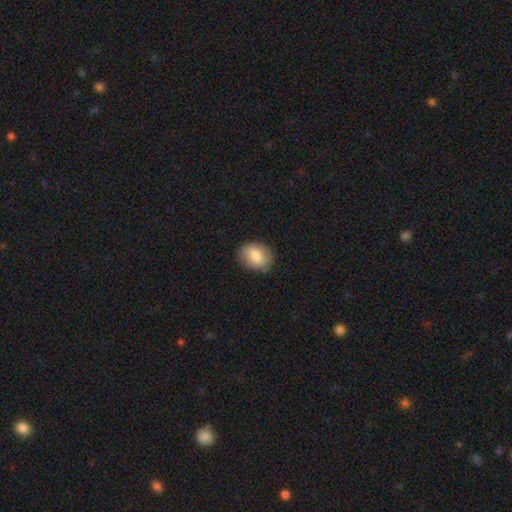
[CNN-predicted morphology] smooth_or_featured: smooth (p=0.81) [alt: featured or disk p=0.12]
how_rounded: in between (p=0.65) [alt: round p=0.34]
merging: none (p=0.82) [alt: minor disturbance p=0.14]